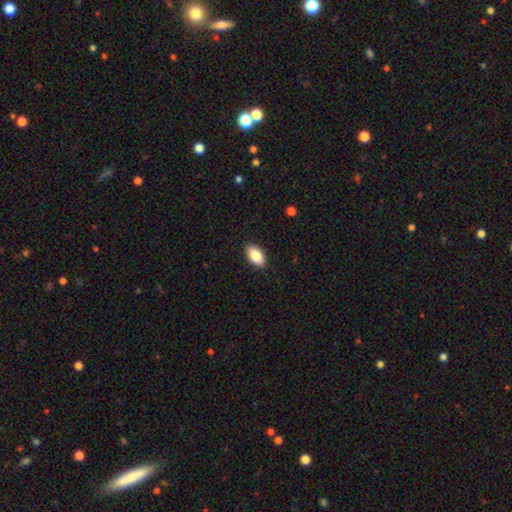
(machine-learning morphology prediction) Q: Smooth or featured?
A: smooth (87%); runner-up: star or artifact (7%)
Q: How rounded?
A: in between (94%); runner-up: round (3%)
Q: Merging?
A: none (89%); runner-up: minor disturbance (8%)